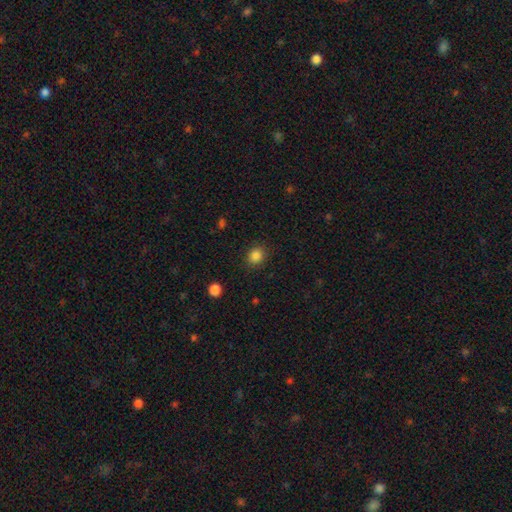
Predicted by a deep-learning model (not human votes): The model was most divided on "how rounded": round: 75%, in between: 24%, cigar-shaped: 1%. More confident: merging — none (87%); smooth or featured — smooth (85%).